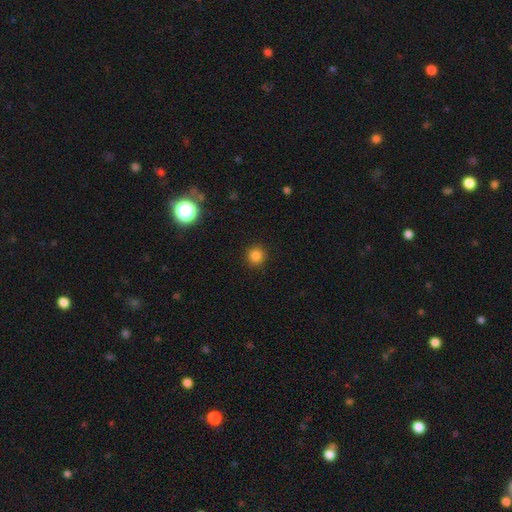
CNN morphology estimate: Overall: smooth (83%). How rounded: round (94%). Merging: none (91%).